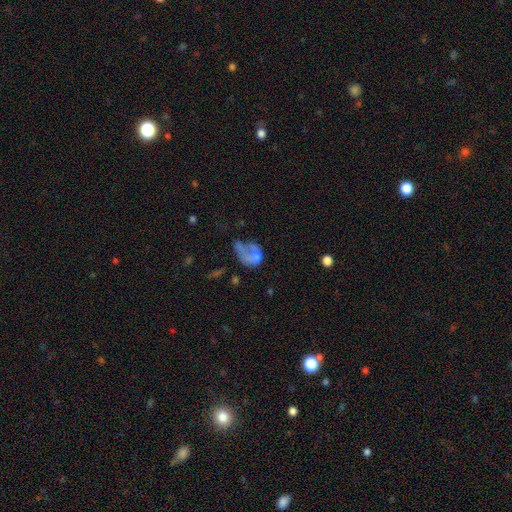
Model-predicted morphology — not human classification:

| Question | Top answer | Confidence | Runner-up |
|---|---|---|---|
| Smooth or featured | smooth | 54% | featured or disk (35%) |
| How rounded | in between | 70% | round (29%) |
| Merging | major disturbance | 53% | merger (16%) |